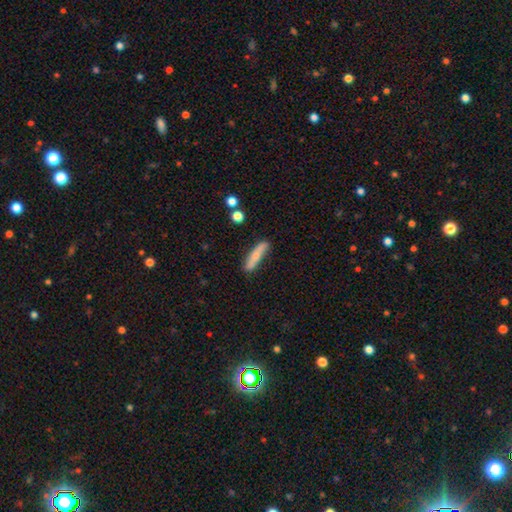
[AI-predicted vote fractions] smooth 62%, featured or disk 32%, star or artifact 7%. Down the decision tree: how rounded — cigar-shaped (83%); merging — none (77%).